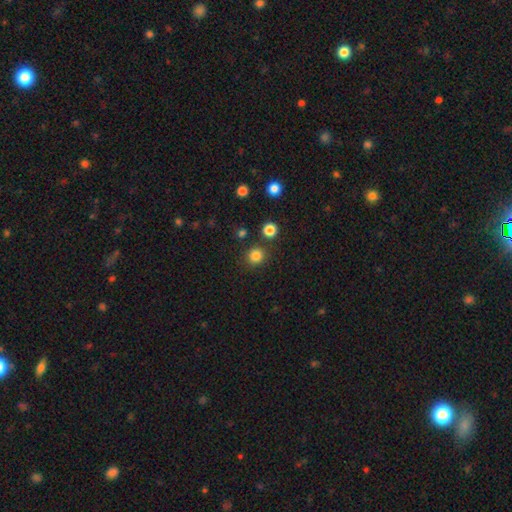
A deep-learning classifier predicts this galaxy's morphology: A smooth galaxy with no disk features (83%) that is round (91%).

Vote fractions:
- Smooth or featured? smooth: 83% / star or artifact: 13% / featured or disk: 4%
- How rounded? round: 91% / in between: 8% / cigar-shaped: 1%
- Merging? none: 86% / minor disturbance: 7% / merger: 4% / major disturbance: 3%